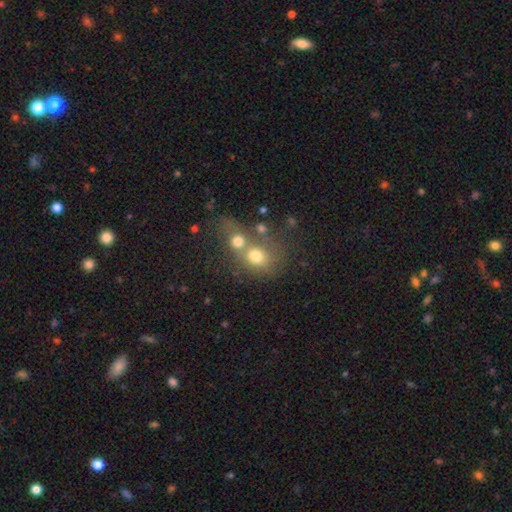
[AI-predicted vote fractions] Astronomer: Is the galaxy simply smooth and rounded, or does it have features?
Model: smooth — 70%.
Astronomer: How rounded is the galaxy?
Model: round — 68%.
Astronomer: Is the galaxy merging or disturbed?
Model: merger — 57%.